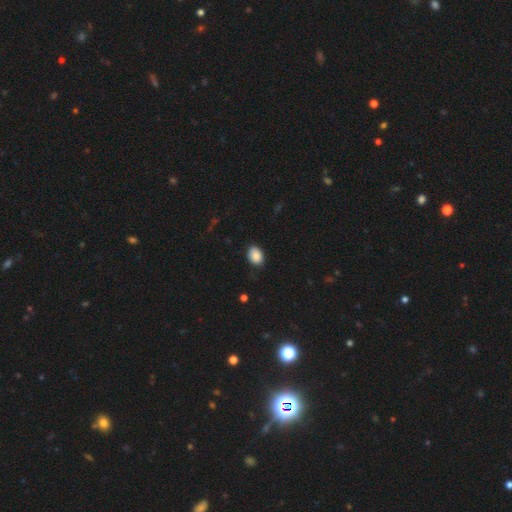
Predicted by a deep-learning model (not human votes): smooth-or-featured: smooth: 89% | star or artifact: 7% | featured or disk: 4%
  how-rounded: in between: 76% | round: 23% | cigar-shaped: 1%
  merging: none: 83% | minor disturbance: 14% | major disturbance: 2% | merger: 1%